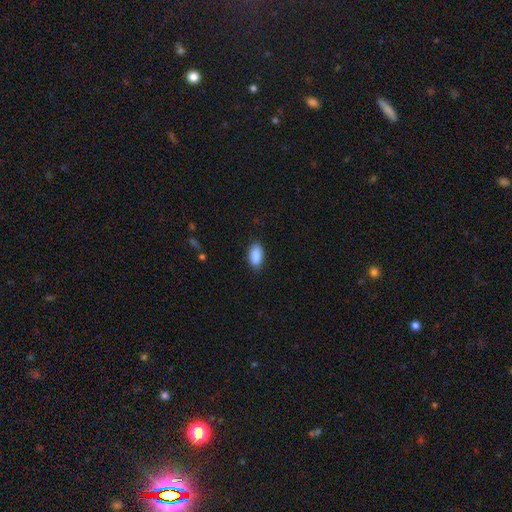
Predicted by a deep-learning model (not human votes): A smooth galaxy with no disk features (90%) that is in between round and cigar-shaped (93%). Merging: none (83%).